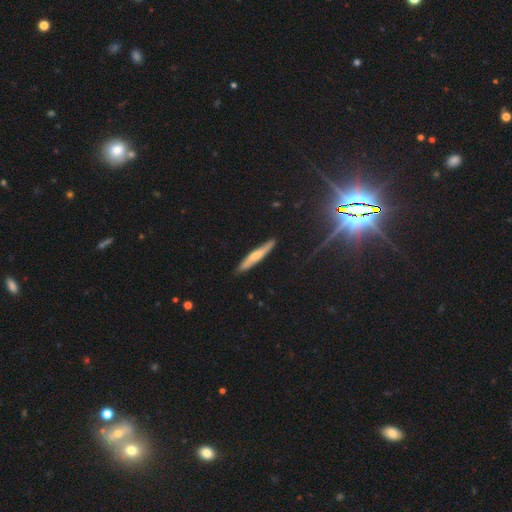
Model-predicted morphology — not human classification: The model was most divided on "smooth or featured": smooth: 57%, featured or disk: 37%, star or artifact: 6%. More confident: how rounded — cigar-shaped (92%); merging — none (86%).